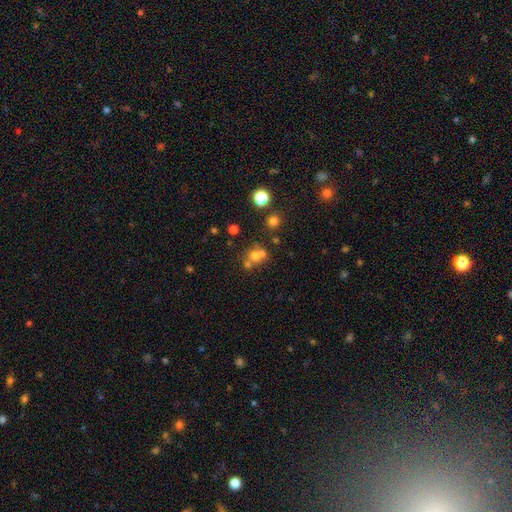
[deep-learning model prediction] Overall: smooth (62%). How rounded: round (77%). Merging: merger (44%; none 43%).